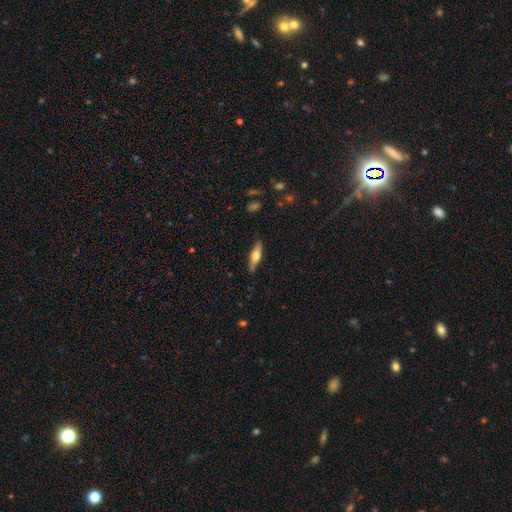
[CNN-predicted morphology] Q: Smooth or featured?
A: featured or disk (49%); runner-up: smooth (45%)
Q: Merging?
A: none (86%); runner-up: minor disturbance (11%)